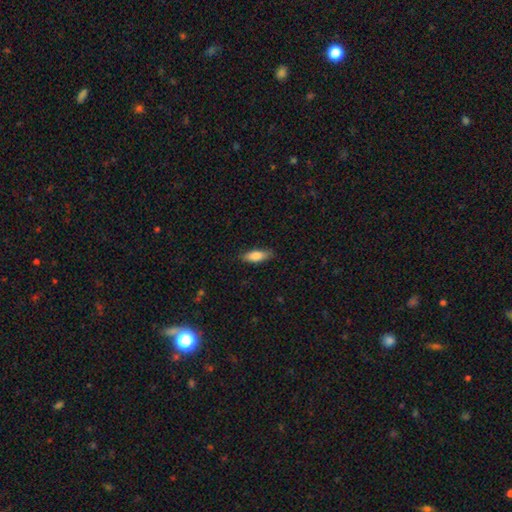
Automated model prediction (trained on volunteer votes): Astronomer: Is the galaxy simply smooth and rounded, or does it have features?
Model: smooth — 82%.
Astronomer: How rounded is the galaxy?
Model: in between — 67%.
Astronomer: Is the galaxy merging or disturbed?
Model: none — 82%.